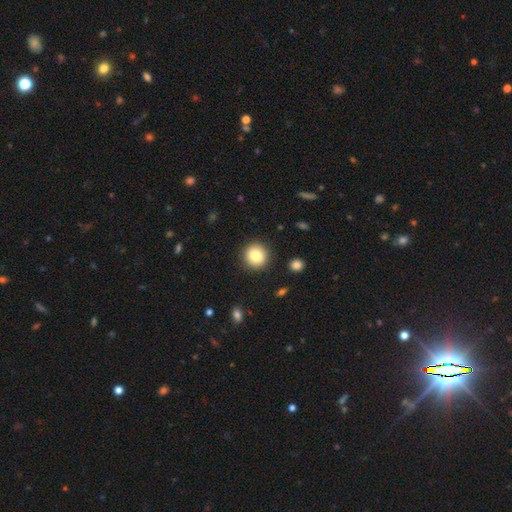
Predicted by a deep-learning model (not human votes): This appears to be a smooth galaxy with no disk features (83%) that is round (90%). Merging: none (90%).